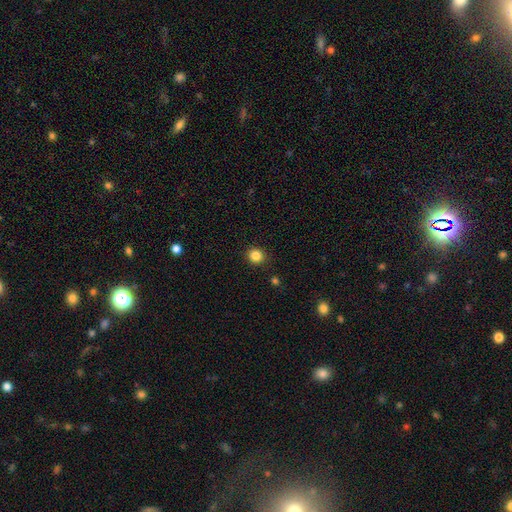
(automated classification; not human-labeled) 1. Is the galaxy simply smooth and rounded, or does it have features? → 85% smooth, 11% star or artifact, 4% featured or disk.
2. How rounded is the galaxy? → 87% round, 12% in between, 1% cigar-shaped.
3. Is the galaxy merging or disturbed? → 91% none, 6% minor disturbance, 2% major disturbance, 1% merger.